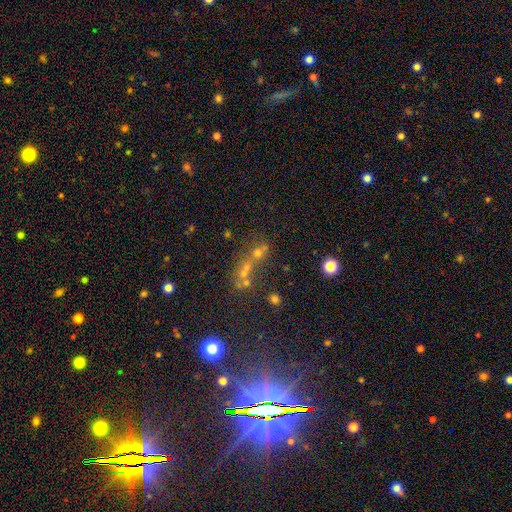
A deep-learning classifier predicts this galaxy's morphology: smooth-or-featured: smooth: 39% (tied) | star or artifact: 39% (tied) | featured or disk: 22%
  merging: merger: 42% | none: 38% | major disturbance: 10% | minor disturbance: 10%